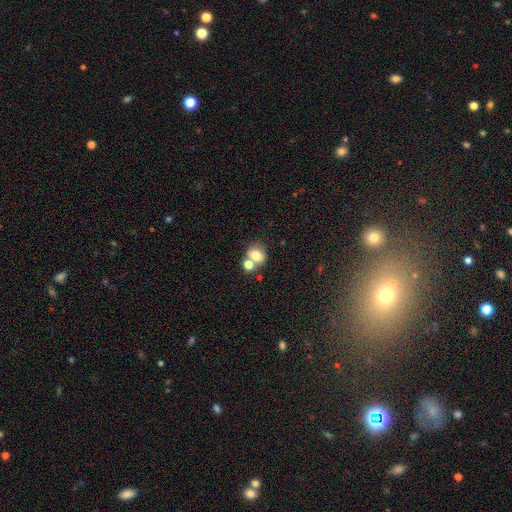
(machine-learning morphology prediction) A smooth galaxy with no disk features (72%) that is round (63%).

Vote fractions:
- Smooth or featured? smooth: 72% / featured or disk: 16% / star or artifact: 12%
- How rounded? round: 63% / in between: 36% / cigar-shaped: 1%
- Merging? none: 43% / merger: 42% / minor disturbance: 10% / major disturbance: 5%